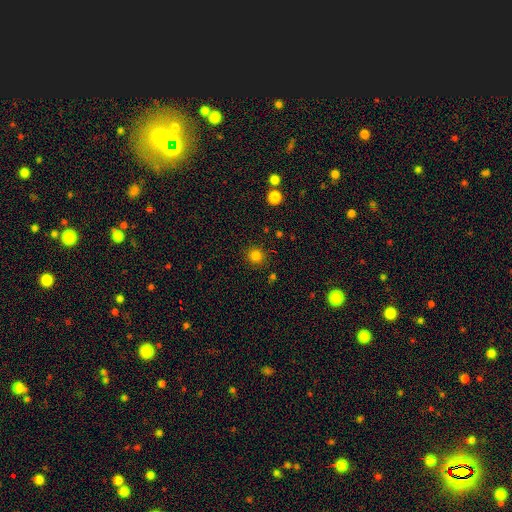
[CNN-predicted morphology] type=smooth (82%); roundness=round (92%); merging=none (90%).